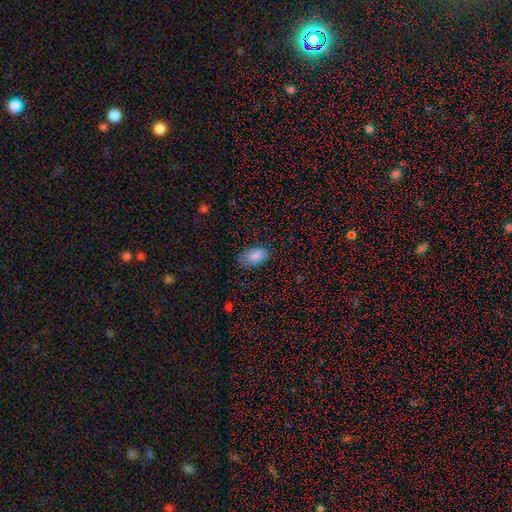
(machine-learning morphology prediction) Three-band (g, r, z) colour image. It shows a smooth galaxy with no disk features (83%) that is in between round and cigar-shaped (90%). Merging: none (74%).